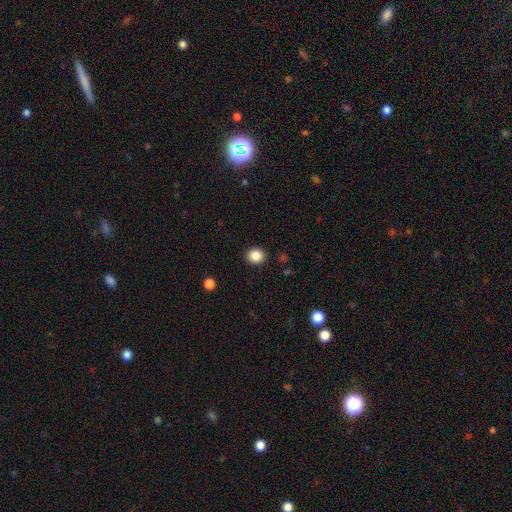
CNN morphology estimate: Smooth or featured: smooth — 86% (star or artifact — 10%)
How rounded: round — 82% (in between — 17%)
Merging: none — 91% (minor disturbance — 6%)